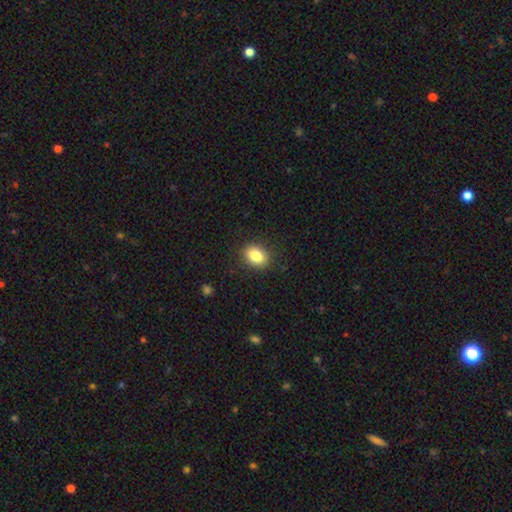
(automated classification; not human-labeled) Smooth or featured?
  - smooth: 84% *
  - star or artifact: 9%
  - featured or disk: 7%
How rounded?
  - in between: 69% *
  - round: 30%
  - cigar-shaped: 1%
Merging?
  - none: 88% *
  - minor disturbance: 8%
  - major disturbance: 2%
  - merger: 1%